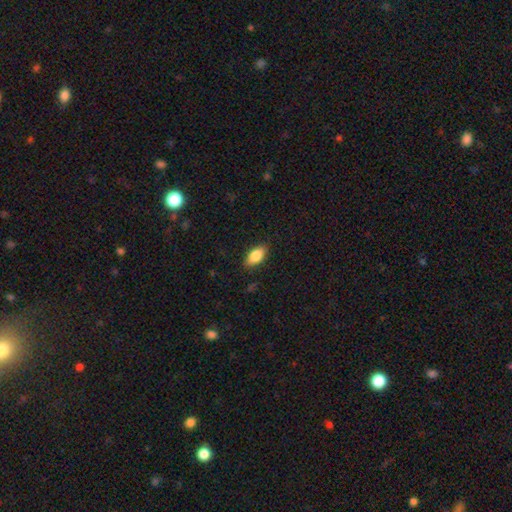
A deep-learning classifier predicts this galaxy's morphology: Smooth or featured? Predicted: smooth (p=0.84). How rounded? Predicted: in between (p=0.89). Merging? Predicted: none (p=0.86).